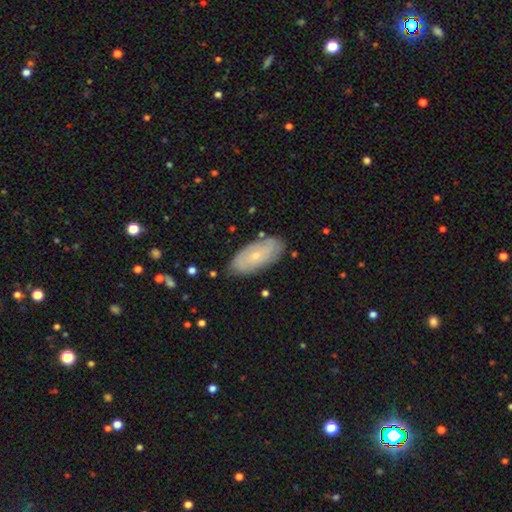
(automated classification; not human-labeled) Morphology: type=smooth (50%); merging=none (81%).